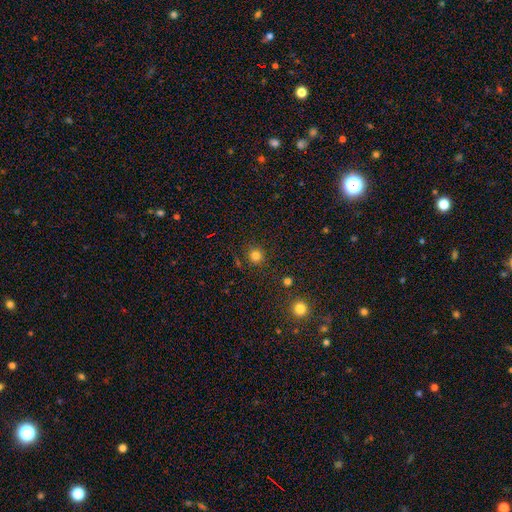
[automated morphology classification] Overall: smooth (79%). How rounded: round (92%). Merging: none (87%).